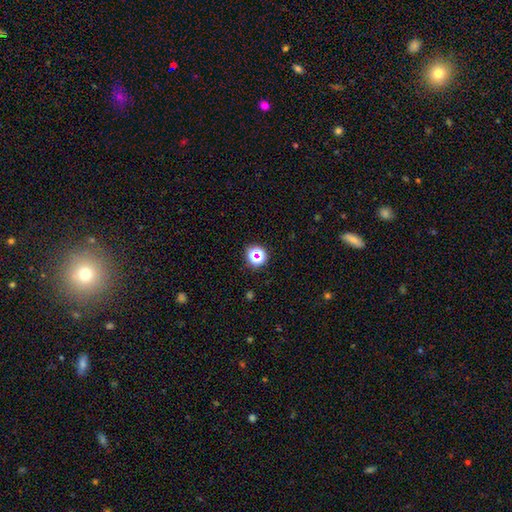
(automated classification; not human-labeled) Smooth or featured?
  - star or artifact: 57% *
  - smooth: 34%
  - featured or disk: 9%